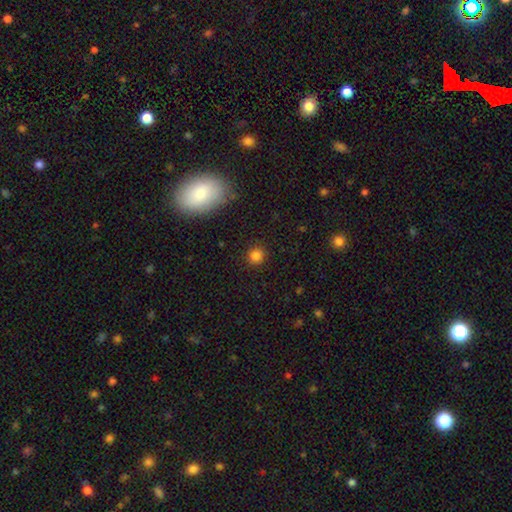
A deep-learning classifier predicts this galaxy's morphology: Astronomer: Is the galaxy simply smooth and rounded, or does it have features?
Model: smooth — 82%.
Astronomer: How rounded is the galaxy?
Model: round — 91%.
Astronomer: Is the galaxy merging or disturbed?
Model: none — 90%.